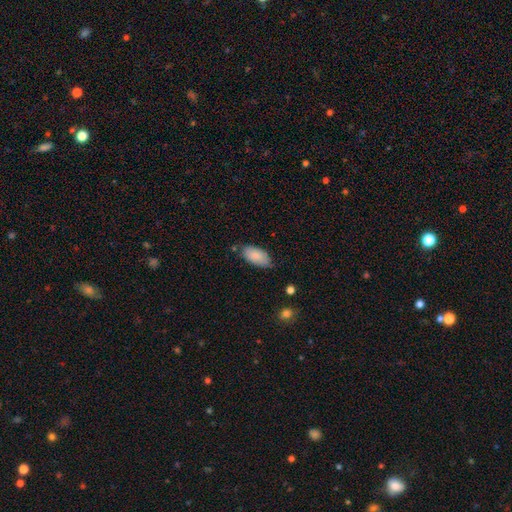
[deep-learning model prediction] smooth-or-featured: smooth: 85% | featured or disk: 9% | star or artifact: 6%
  how-rounded: in between: 93% | cigar-shaped: 5% | round: 2%
  merging: none: 70% | minor disturbance: 23% | major disturbance: 4% | merger: 3%